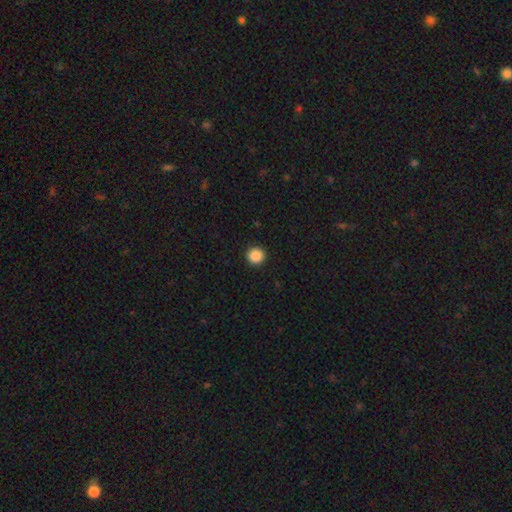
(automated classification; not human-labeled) Q: Smooth or featured?
A: smooth (88%); runner-up: star or artifact (9%)
Q: How rounded?
A: round (95%); runner-up: in between (4%)
Q: Merging?
A: none (93%); runner-up: minor disturbance (4%)